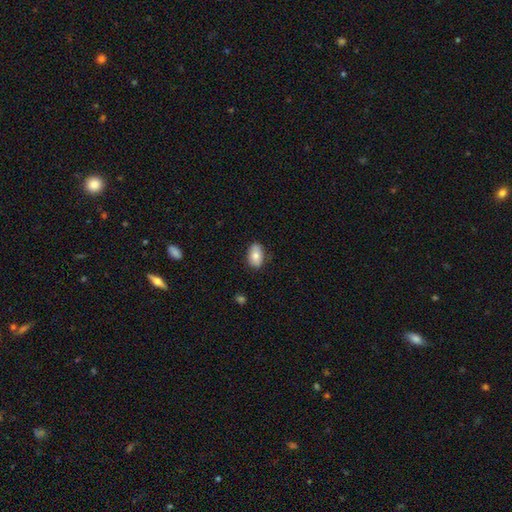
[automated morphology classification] Smooth or featured: smooth — 75% (featured or disk — 17%)
How rounded: in between — 89% (round — 10%)
Merging: none — 80% (minor disturbance — 16%)